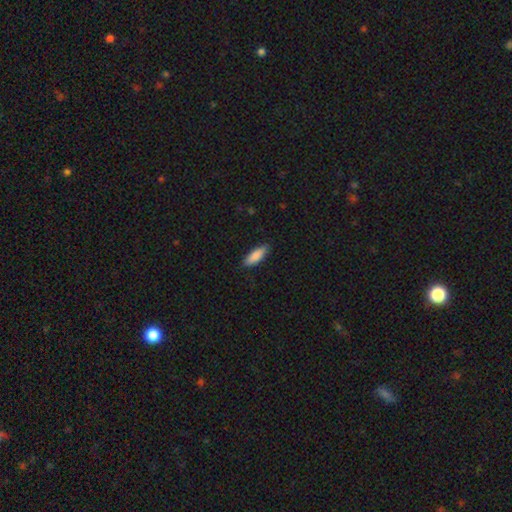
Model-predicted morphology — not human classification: smooth_or_featured: smooth (p=0.87) [alt: featured or disk p=0.07]
how_rounded: in between (p=0.56) [alt: cigar-shaped p=0.43]
merging: none (p=0.87) [alt: minor disturbance p=0.10]